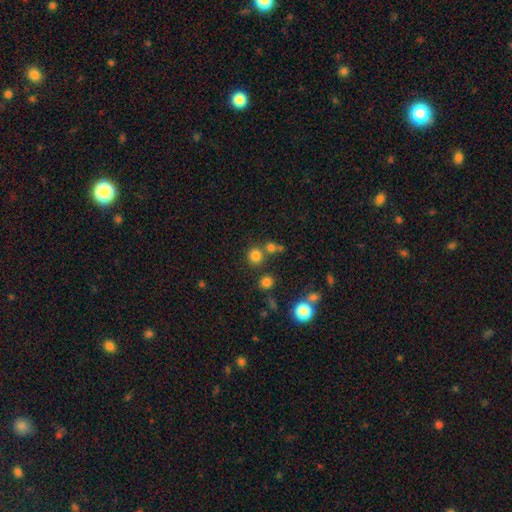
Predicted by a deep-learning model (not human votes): The model was most divided on "merging": none: 70%, merger: 18%, minor disturbance: 8%, major disturbance: 4%. More confident: how rounded — round (89%); smooth or featured — smooth (77%).